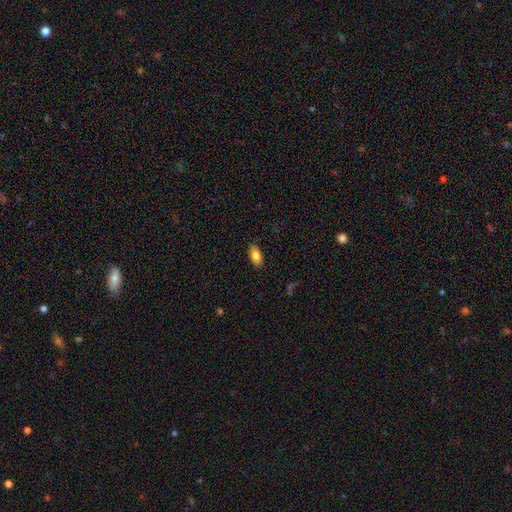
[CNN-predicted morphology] A smooth galaxy with no disk features (84%) that is in between round and cigar-shaped (91%).

Vote fractions:
- Smooth or featured? smooth: 84% / featured or disk: 8% / star or artifact: 7%
- How rounded? in between: 91% / cigar-shaped: 5% / round: 3%
- Merging? none: 87% / minor disturbance: 10% / major disturbance: 2% / merger: 1%